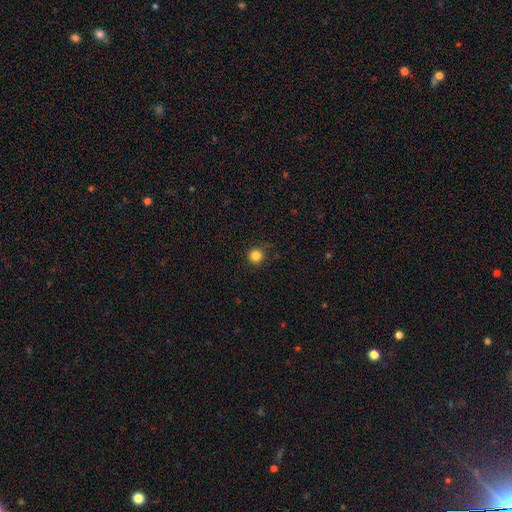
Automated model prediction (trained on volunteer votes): Smooth or featured? Predicted: smooth (p=0.84). How rounded? Predicted: round (p=0.95). Merging? Predicted: none (p=0.87).